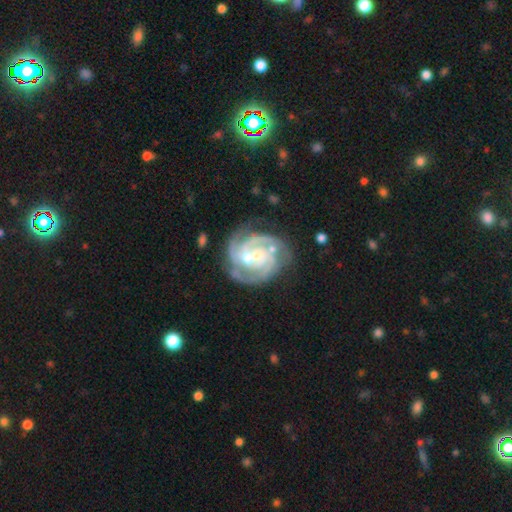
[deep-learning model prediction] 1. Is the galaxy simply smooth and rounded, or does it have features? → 91% featured or disk, 5% star or artifact, 4% smooth.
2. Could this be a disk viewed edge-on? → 98% no, 2% yes.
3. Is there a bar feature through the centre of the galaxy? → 58% no, 31% weak, 11% strong.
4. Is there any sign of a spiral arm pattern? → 98% yes, 2% no.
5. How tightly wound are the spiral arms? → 68% tight, 28% medium, 3% loose.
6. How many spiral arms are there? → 50% 3, 20% 4, 13% 2, 9% can't tell, 4% more than 4, 4% 1.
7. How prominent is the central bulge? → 55% small, 39% moderate, 3% none, 2% large, 1% dominant.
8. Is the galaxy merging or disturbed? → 67% none, 18% minor disturbance, 8% merger, 7% major disturbance.